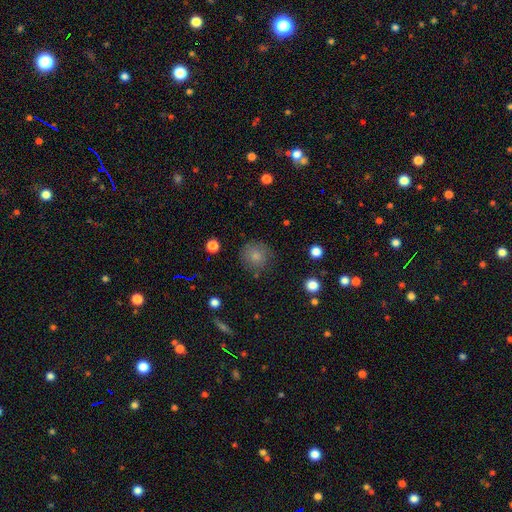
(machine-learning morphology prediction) Overall: smooth (80%). How rounded: round (91%). Merging: none (79%).